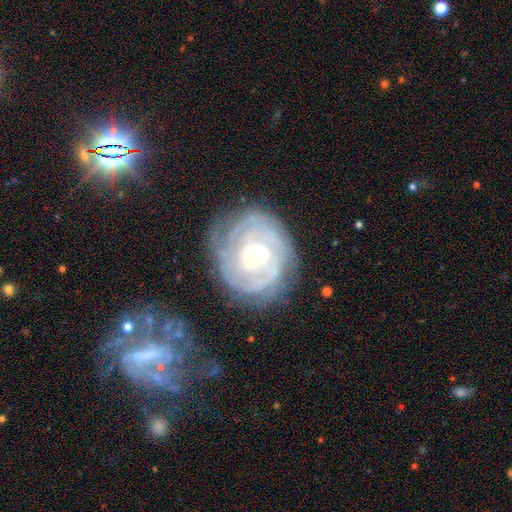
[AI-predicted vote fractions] Smooth or featured: featured or disk — 85% (smooth — 9%)
Edge-on disk: no — 97% (yes — 3%)
Bar: weak — 51% (no — 30%)
Spiral arms: yes — 94% (no — 6%)
Spiral winding: tight — 77% (medium — 18%)
Spiral arm count: can't tell — 39% (3 — 19%)
Bulge size: moderate — 64% (small — 30%)
Merging: none — 71% (minor disturbance — 18%)